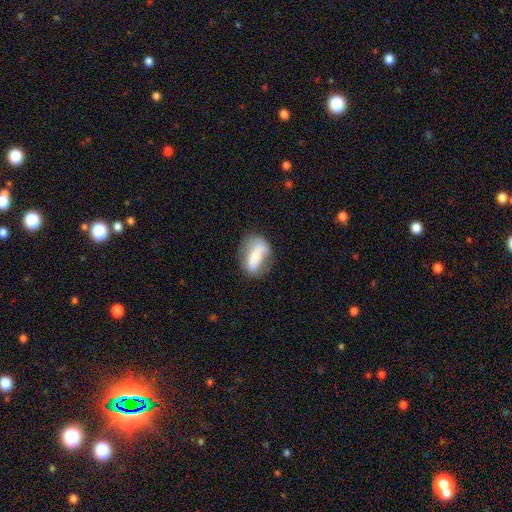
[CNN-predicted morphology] Smooth or featured? Predicted: smooth (p=0.52). How rounded? Predicted: in between (p=0.79). Merging? Predicted: none (p=0.60).